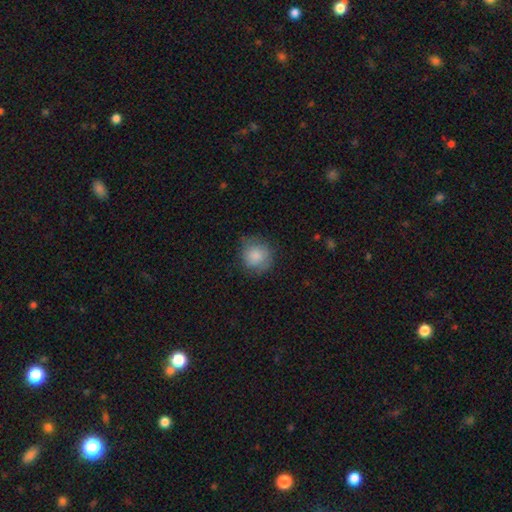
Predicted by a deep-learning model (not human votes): A smooth galaxy with no disk features (85%) that is round (90%). Merging: none (76%).